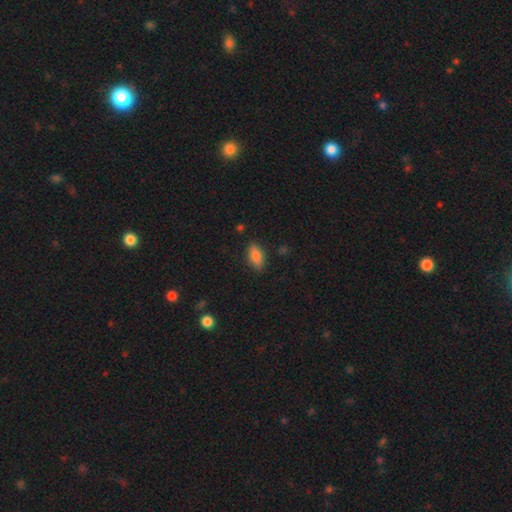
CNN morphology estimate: Q: Smooth or featured?
A: smooth (82%); runner-up: featured or disk (10%)
Q: How rounded?
A: in between (87%); runner-up: cigar-shaped (9%)
Q: Merging?
A: none (84%); runner-up: minor disturbance (12%)